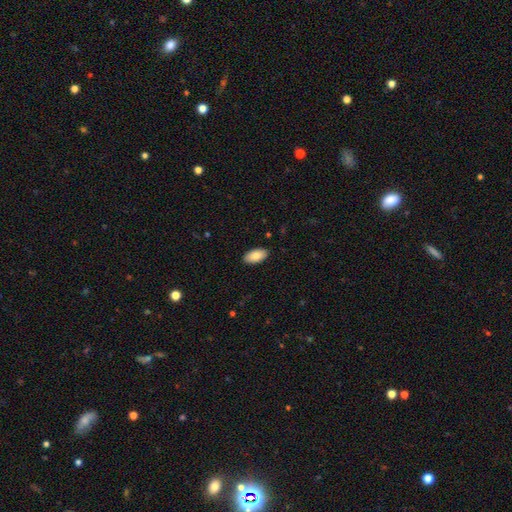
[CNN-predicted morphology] Smooth or featured?
  - smooth: 86% *
  - featured or disk: 7%
  - star or artifact: 6%
How rounded?
  - in between: 95% *
  - cigar-shaped: 3%
  - round: 2%
Merging?
  - none: 89% *
  - minor disturbance: 8%
  - major disturbance: 2%
  - merger: 1%